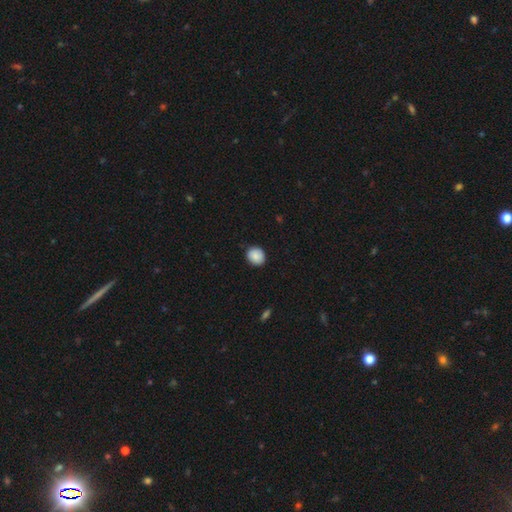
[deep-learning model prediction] smooth 89%, star or artifact 8%, featured or disk 4%. Down the decision tree: how rounded — round (73%); merging — none (87%).